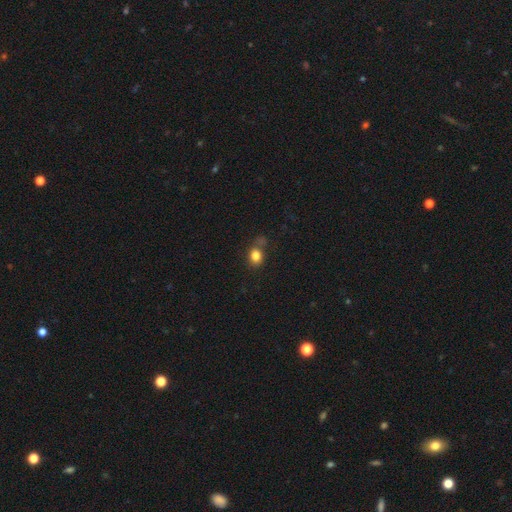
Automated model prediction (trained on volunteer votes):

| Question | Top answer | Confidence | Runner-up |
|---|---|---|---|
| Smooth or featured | smooth | 82% | star or artifact (11%) |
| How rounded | round | 53% | in between (45%) |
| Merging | none | 55% | minor disturbance (22%) |